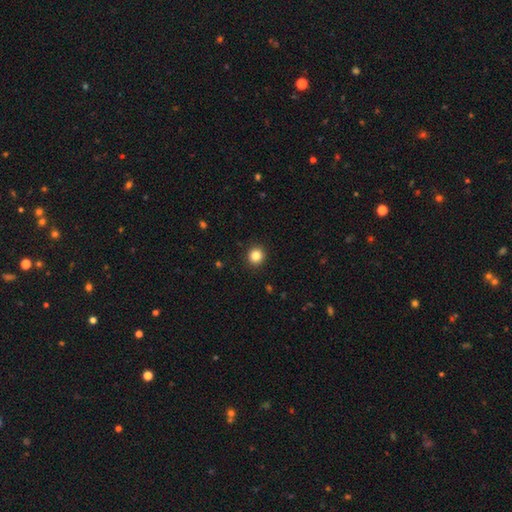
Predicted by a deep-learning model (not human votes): This is clearly a smooth galaxy (84%). How rounded: clearly round (92%). Merging: clearly none (93%).